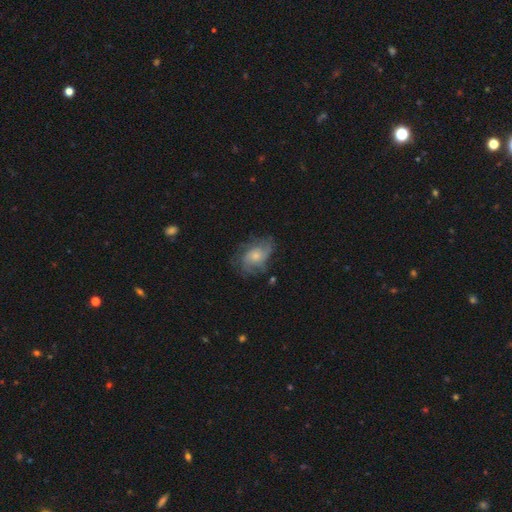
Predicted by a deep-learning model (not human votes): This appears to be a featured or disk galaxy (62%) with no bar (78%), spiral arms (82%) and a moderate central bulge (45%). Merging: none (59%).